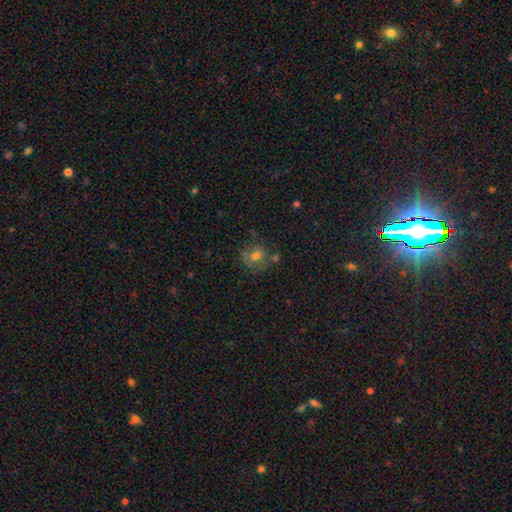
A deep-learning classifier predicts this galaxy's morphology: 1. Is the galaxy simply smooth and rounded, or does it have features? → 60% smooth, 26% featured or disk, 15% star or artifact.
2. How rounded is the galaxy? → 80% round, 19% in between, 1% cigar-shaped.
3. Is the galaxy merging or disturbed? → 58% none, 21% minor disturbance, 11% merger, 11% major disturbance.